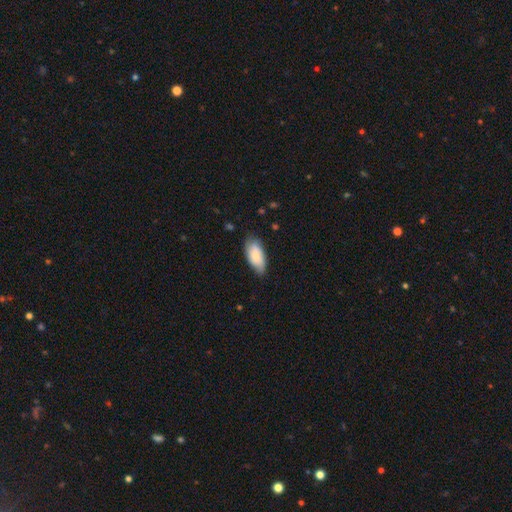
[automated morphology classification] smooth 77%, featured or disk 17%, star or artifact 6%. Down the decision tree: how rounded — in between (91%); merging — none (72%).